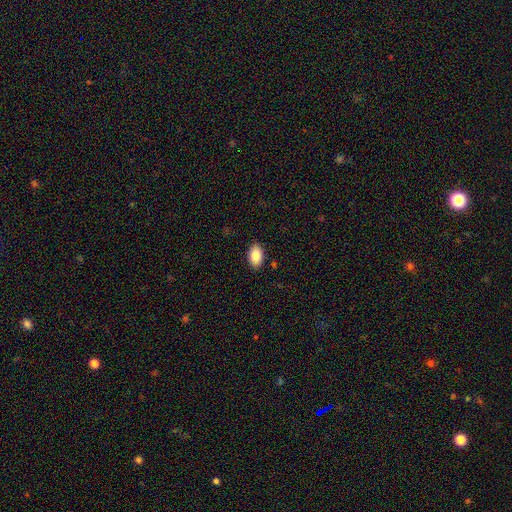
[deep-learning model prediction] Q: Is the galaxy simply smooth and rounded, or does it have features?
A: smooth — 85%.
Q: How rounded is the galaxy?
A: in between — 92%.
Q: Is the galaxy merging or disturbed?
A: none — 89%.